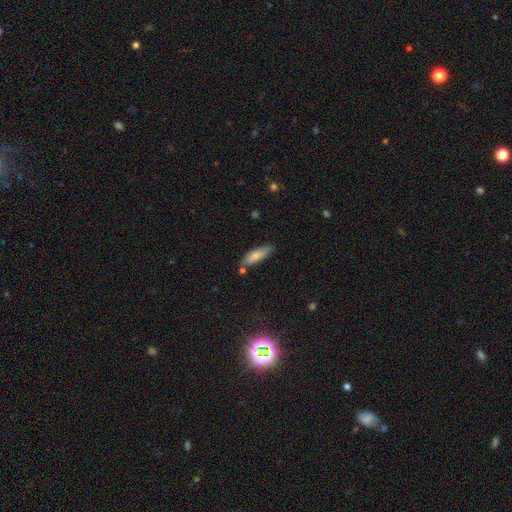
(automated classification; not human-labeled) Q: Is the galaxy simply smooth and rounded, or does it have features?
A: smooth — 79%.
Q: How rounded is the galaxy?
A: cigar-shaped — 57%.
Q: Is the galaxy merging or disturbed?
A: none — 73%.